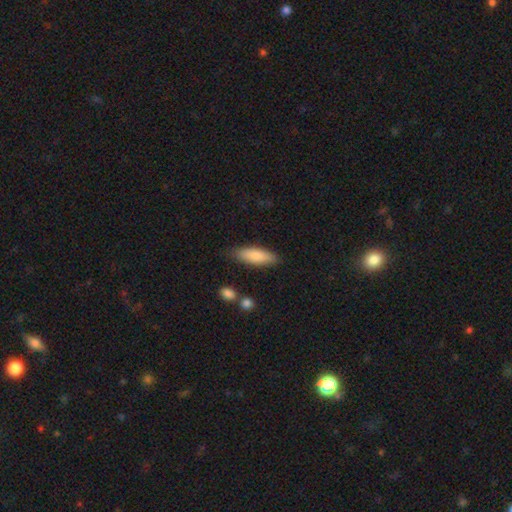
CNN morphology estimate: The model was most divided on "how rounded": in between: 53%, cigar-shaped: 46%, round: 2%. More confident: merging — none (82%); smooth or featured — smooth (81%).